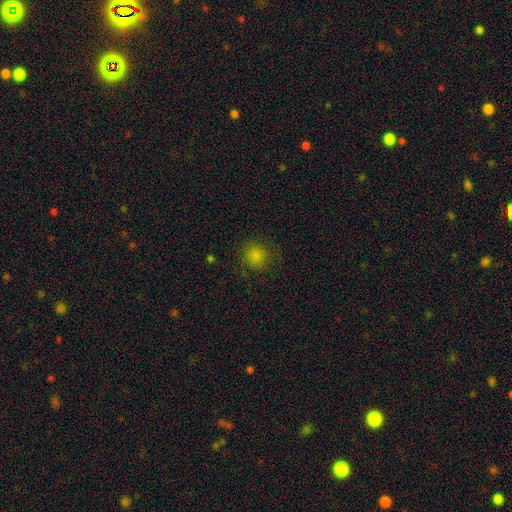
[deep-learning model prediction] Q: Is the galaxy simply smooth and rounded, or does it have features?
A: smooth — 84%.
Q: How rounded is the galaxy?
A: round — 88%.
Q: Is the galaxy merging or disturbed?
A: none — 83%.